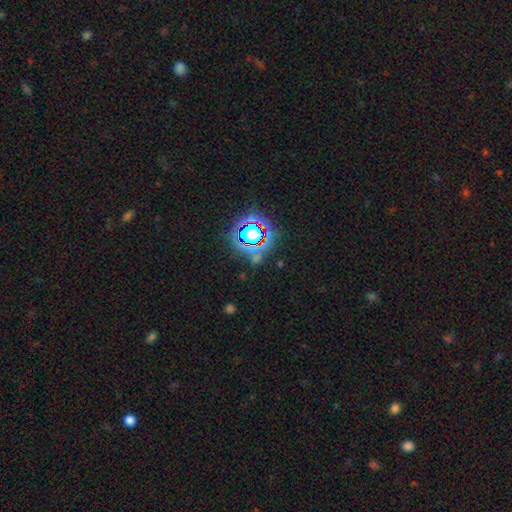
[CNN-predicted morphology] smooth-or-featured: star or artifact: 73% | smooth: 17% | featured or disk: 10%